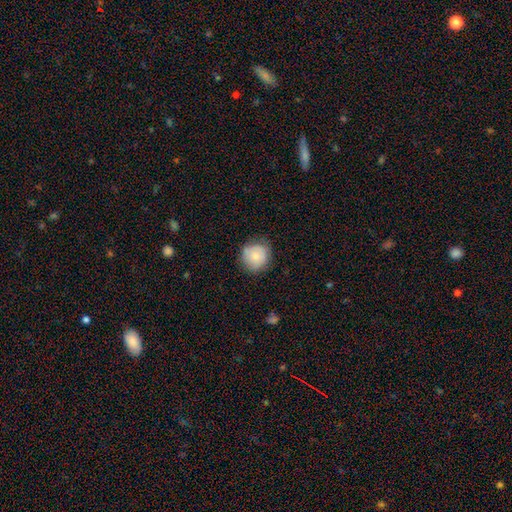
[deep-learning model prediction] Q: Smooth or featured?
A: smooth (77%); runner-up: featured or disk (15%)
Q: How rounded?
A: round (91%); runner-up: in between (9%)
Q: Merging?
A: none (77%); runner-up: minor disturbance (18%)